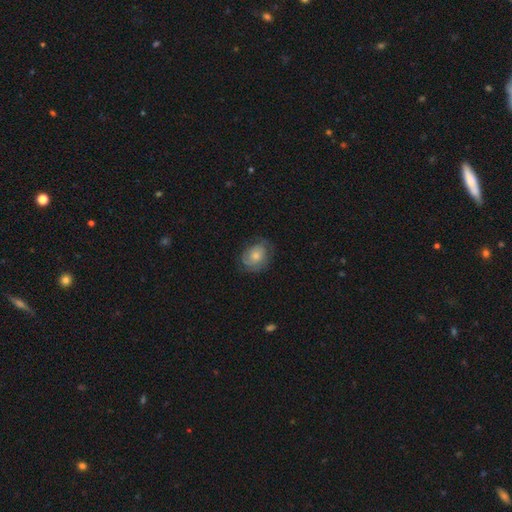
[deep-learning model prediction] A smooth galaxy with no disk features (53%) that is in between round and cigar-shaped (50%).

Vote fractions:
- Smooth or featured? smooth: 53% / featured or disk: 40% / star or artifact: 8%
- How rounded? in between: 50% / round: 49% / cigar-shaped: 1%
- Merging? none: 65% / minor disturbance: 24% / major disturbance: 10% / merger: 1%